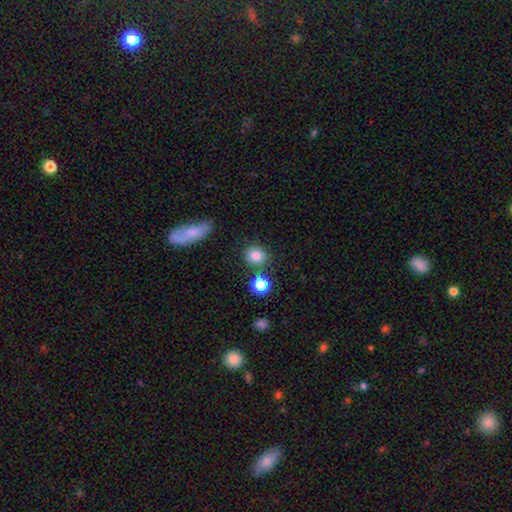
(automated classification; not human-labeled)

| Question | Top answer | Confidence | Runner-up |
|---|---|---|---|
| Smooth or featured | smooth | 82% | star or artifact (11%) |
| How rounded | round | 70% | in between (29%) |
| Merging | none | 77% | minor disturbance (11%) |